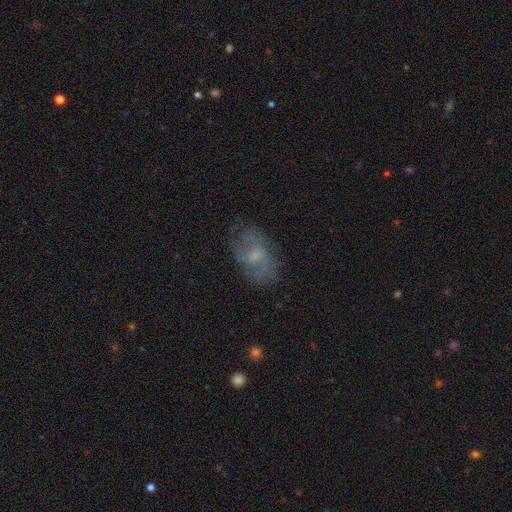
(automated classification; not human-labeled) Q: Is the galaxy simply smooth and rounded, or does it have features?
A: featured or disk — 55%.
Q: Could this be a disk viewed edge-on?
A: no — 95%.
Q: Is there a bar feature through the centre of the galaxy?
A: weak — 48%.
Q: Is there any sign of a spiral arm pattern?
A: yes — 71%.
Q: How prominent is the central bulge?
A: small — 37%.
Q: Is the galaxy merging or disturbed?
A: none — 64%.